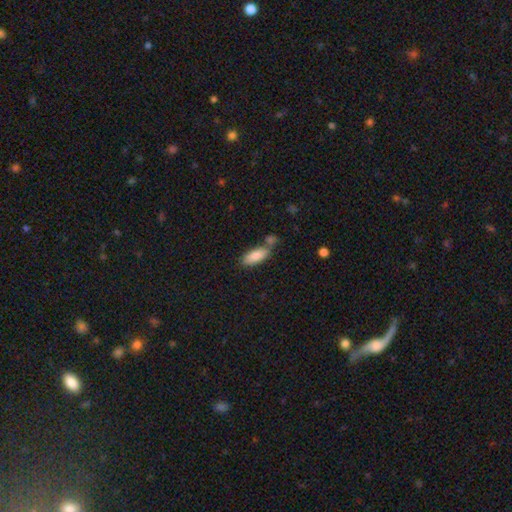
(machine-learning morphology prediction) type=smooth (84%); roundness=in between (78%); merging=none (56%).